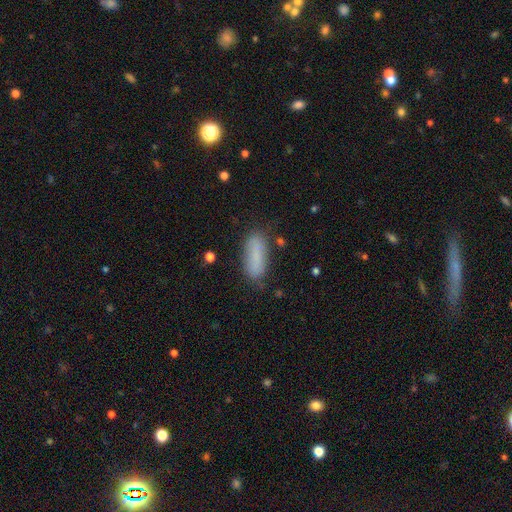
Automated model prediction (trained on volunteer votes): Smooth or featured?
  - smooth: 81% *
  - featured or disk: 10%
  - star or artifact: 9%
How rounded?
  - in between: 61% *
  - cigar-shaped: 36%
  - round: 2%
Merging?
  - none: 79% *
  - minor disturbance: 15%
  - major disturbance: 4%
  - merger: 3%